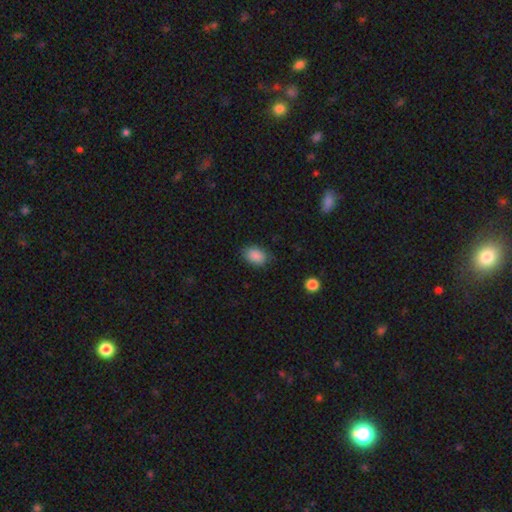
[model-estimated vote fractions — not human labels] Smooth or featured? Predicted: smooth (p=0.88). How rounded? Predicted: in between (p=0.81). Merging? Predicted: none (p=0.79).